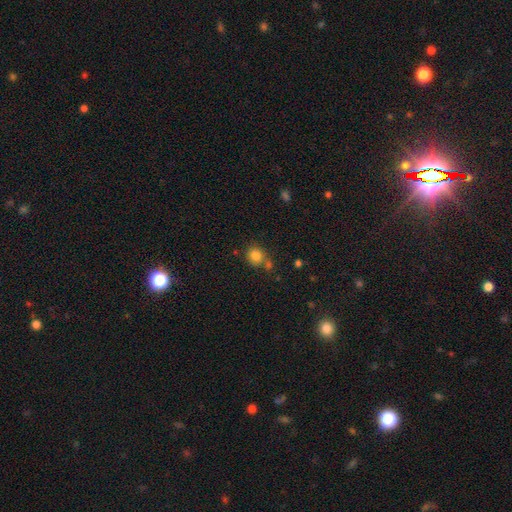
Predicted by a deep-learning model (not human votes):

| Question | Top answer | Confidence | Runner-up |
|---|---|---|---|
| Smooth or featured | smooth | 82% | star or artifact (11%) |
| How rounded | round | 84% | in between (15%) |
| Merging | none | 66% | merger (19%) |